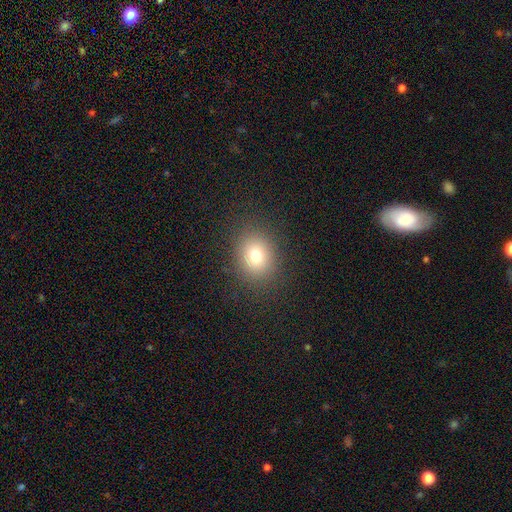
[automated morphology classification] Smooth or featured? Predicted: smooth (p=0.75). How rounded? Predicted: round (p=0.64). Merging? Predicted: none (p=0.87).